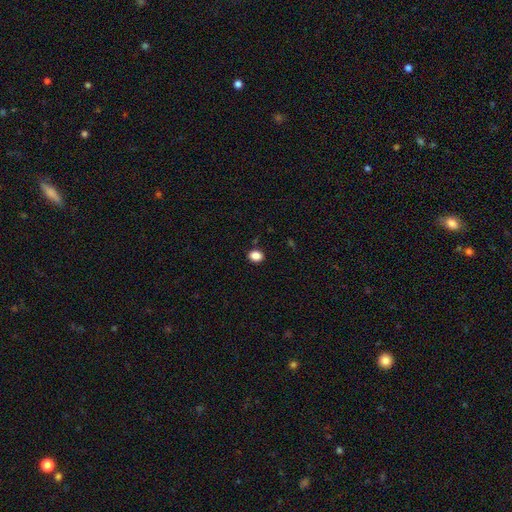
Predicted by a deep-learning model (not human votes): This is clearly a smooth galaxy (87%). How rounded: possibly in between (56%). Merging: clearly none (87%).